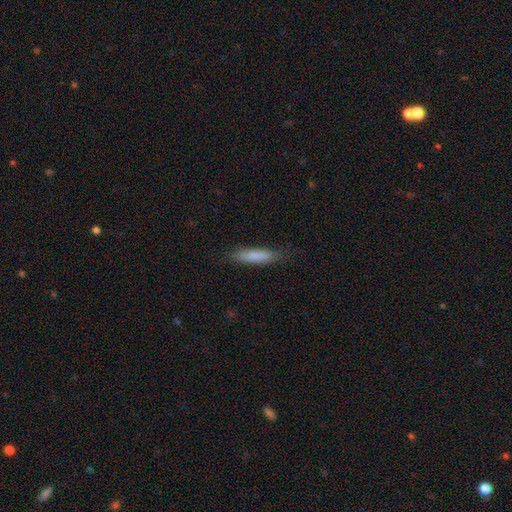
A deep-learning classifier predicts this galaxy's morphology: type=smooth (82%); roundness=cigar-shaped (82%); merging=none (84%).